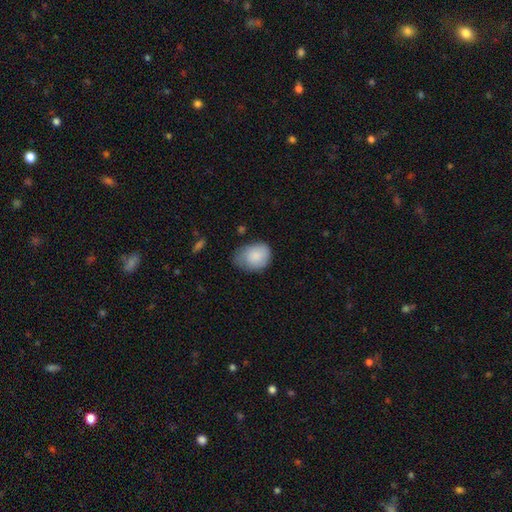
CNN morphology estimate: The model was most divided on "merging": none: 47%, minor disturbance: 41%, major disturbance: 11%, merger: 2%. More confident: smooth or featured — smooth (83%); how rounded — in between (62%).